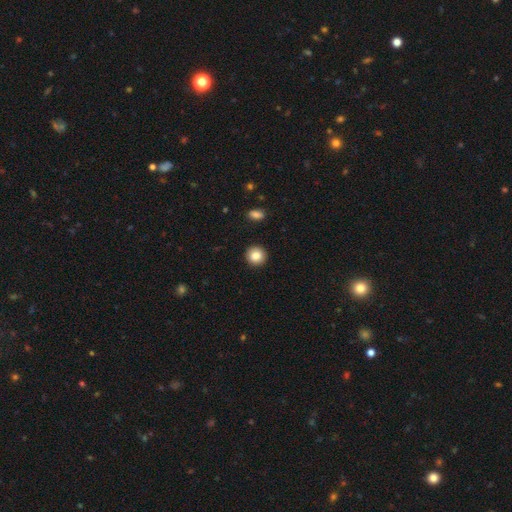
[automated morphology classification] Smooth or featured: smooth — 85% (star or artifact — 9%)
How rounded: round — 92% (in between — 7%)
Merging: none — 92% (minor disturbance — 5%)